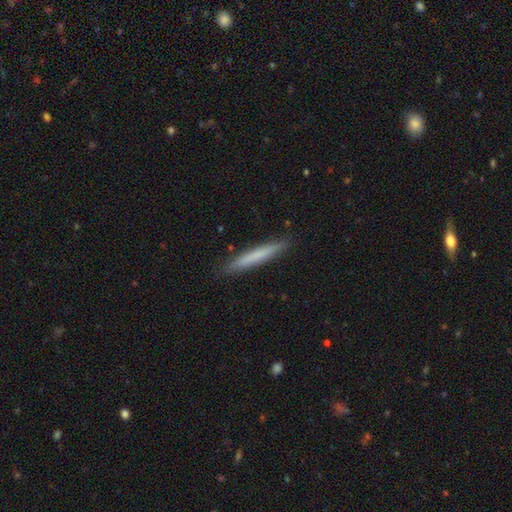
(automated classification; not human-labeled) Morphology: type=smooth (69%); roundness=cigar-shaped (96%); merging=none (90%).